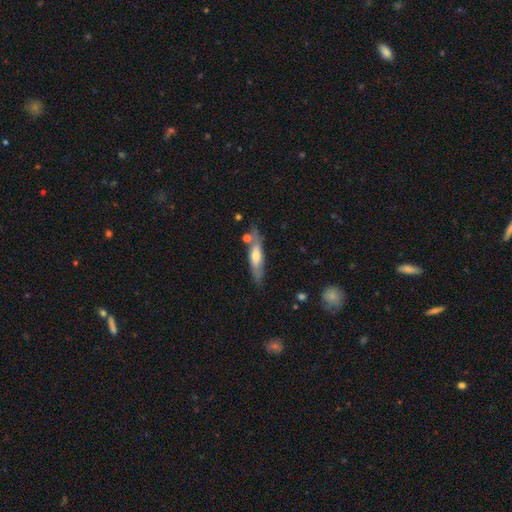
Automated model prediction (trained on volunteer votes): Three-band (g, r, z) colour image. It shows a smooth galaxy with no disk features (49%). Merging: none (73%).